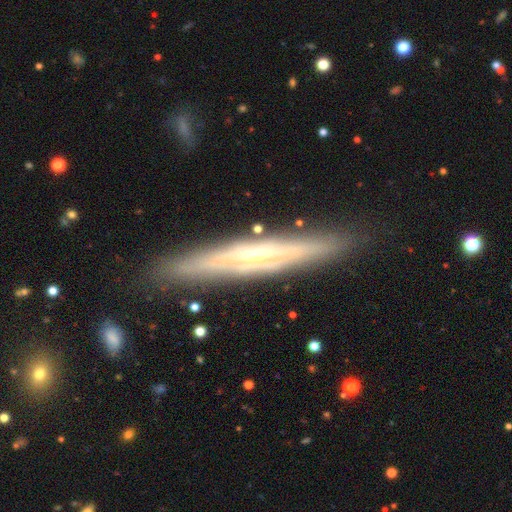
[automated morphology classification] This appears to be a featured or disk galaxy (77%) viewed edge-on (90%) with a rounded central bulge (65%). Merging: none (88%).